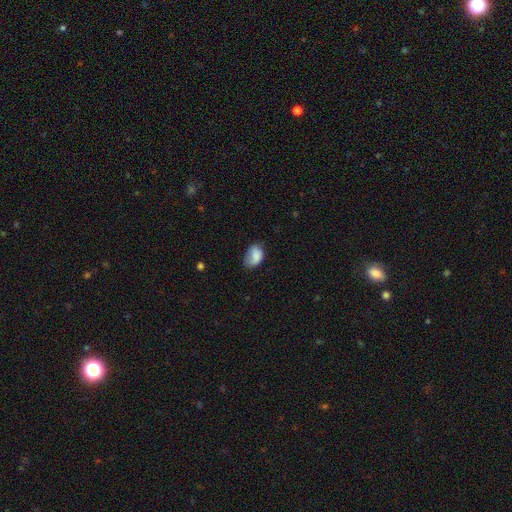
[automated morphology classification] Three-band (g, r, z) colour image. It shows a smooth galaxy with no disk features (83%) that is in between round and cigar-shaped (83%). Merging: none (51%).